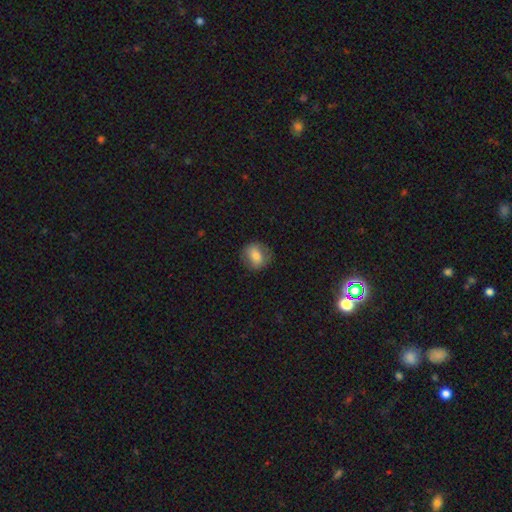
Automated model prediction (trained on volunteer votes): Smooth or featured?
  - smooth: 71% *
  - featured or disk: 20%
  - star or artifact: 8%
How rounded?
  - round: 67% *
  - in between: 32%
  - cigar-shaped: 1%
Merging?
  - none: 79% *
  - minor disturbance: 14%
  - major disturbance: 5%
  - merger: 1%